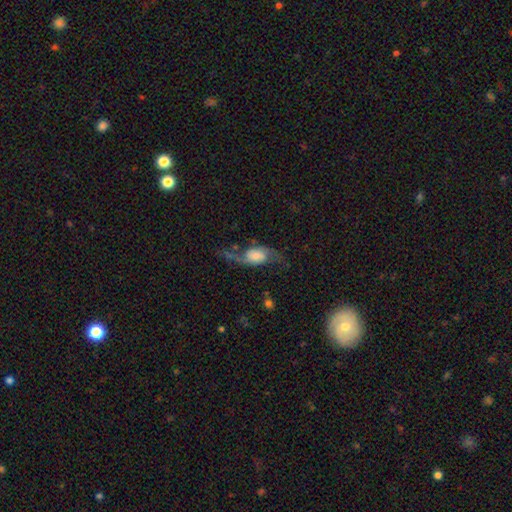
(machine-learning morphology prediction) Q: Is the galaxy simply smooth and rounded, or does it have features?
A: featured or disk — 73%.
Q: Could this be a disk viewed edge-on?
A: no — 93%.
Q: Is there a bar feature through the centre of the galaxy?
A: no — 52%.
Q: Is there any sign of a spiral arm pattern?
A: yes — 93%.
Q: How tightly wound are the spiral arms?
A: loose — 74%.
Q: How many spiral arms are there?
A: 2 — 90%.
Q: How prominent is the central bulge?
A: moderate — 29%.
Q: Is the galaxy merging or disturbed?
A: none — 52%.